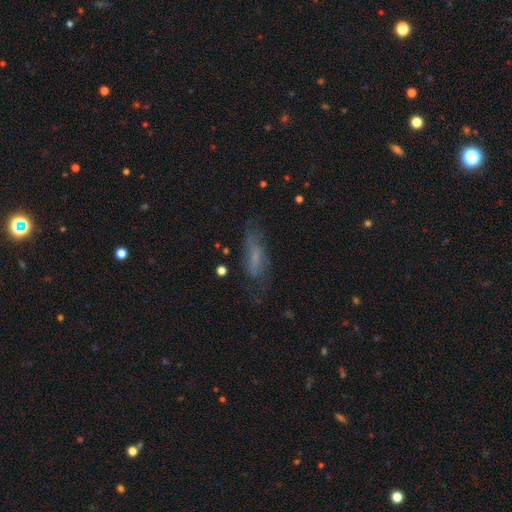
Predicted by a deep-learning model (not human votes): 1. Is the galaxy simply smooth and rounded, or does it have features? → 45% smooth, 42% featured or disk, 13% star or artifact.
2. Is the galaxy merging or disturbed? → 60% none, 23% minor disturbance, 15% major disturbance, 2% merger.